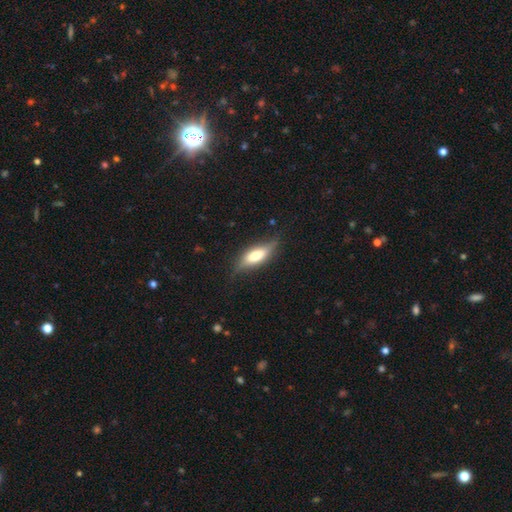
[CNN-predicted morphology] Smooth or featured?
  - smooth: 51% *
  - featured or disk: 43%
  - star or artifact: 6%
How rounded?
  - in between: 58% *
  - cigar-shaped: 39%
  - round: 3%
Merging?
  - none: 68% *
  - minor disturbance: 24%
  - major disturbance: 6%
  - merger: 2%